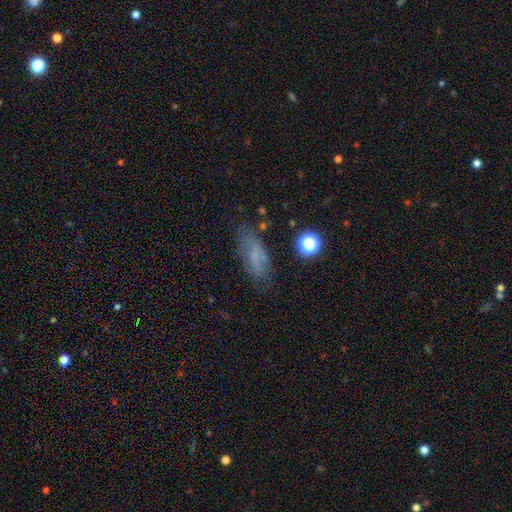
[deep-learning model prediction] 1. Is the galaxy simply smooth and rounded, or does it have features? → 61% smooth, 24% featured or disk, 15% star or artifact.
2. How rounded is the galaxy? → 71% in between, 24% cigar-shaped, 5% round.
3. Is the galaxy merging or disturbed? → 65% none, 22% minor disturbance, 10% major disturbance, 3% merger.